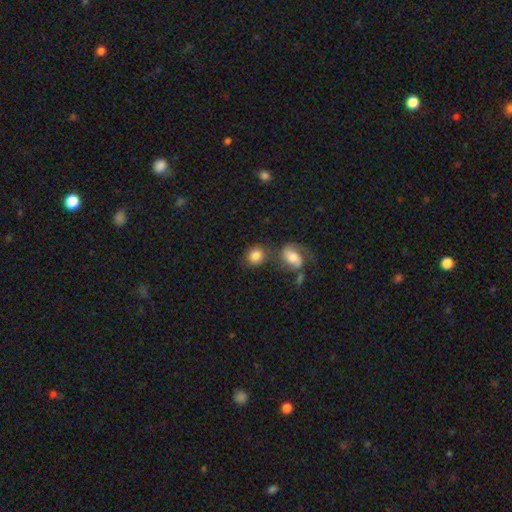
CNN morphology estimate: smooth_or_featured: smooth (p=0.81) [alt: featured or disk p=0.11]
how_rounded: round (p=0.70) [alt: in between p=0.28]
merging: none (p=0.56) [alt: merger p=0.25]